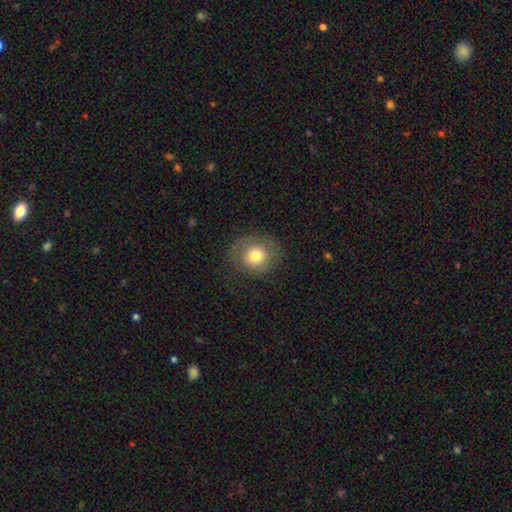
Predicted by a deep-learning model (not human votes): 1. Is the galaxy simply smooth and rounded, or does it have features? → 73% smooth, 17% featured or disk, 10% star or artifact.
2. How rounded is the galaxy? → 83% round, 16% in between, 1% cigar-shaped.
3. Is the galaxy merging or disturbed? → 73% none, 16% minor disturbance, 10% major disturbance, 1% merger.